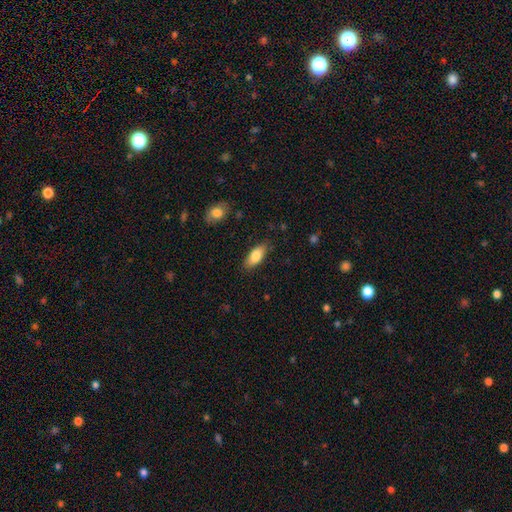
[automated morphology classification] A smooth galaxy with no disk features (83%) that is in between round and cigar-shaped (85%).

Vote fractions:
- Smooth or featured? smooth: 83% / featured or disk: 11% / star or artifact: 6%
- How rounded? in between: 85% / cigar-shaped: 13% / round: 2%
- Merging? none: 84% / minor disturbance: 12% / major disturbance: 3% / merger: 1%